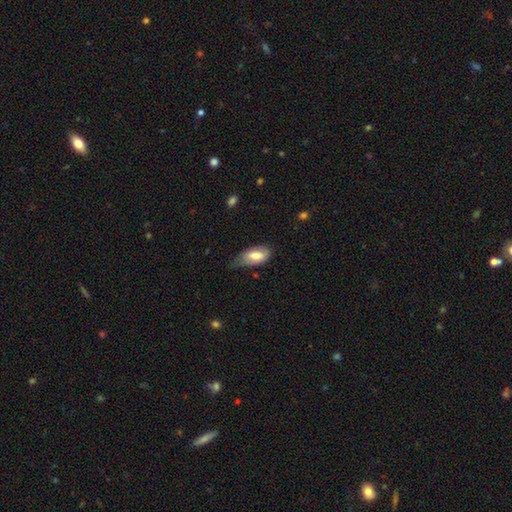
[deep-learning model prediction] A smooth galaxy with no disk features (72%) that is in between round and cigar-shaped (91%).

Vote fractions:
- Smooth or featured? smooth: 72% / featured or disk: 22% / star or artifact: 6%
- How rounded? in between: 91% / cigar-shaped: 6% / round: 3%
- Merging? minor disturbance: 44% / none: 39% / major disturbance: 15% / merger: 2%